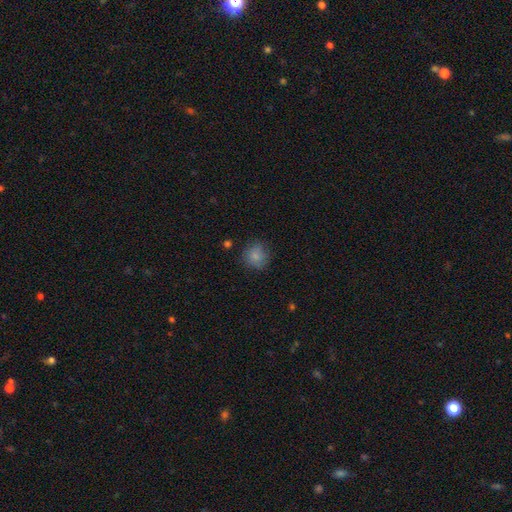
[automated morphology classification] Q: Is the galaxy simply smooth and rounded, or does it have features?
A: smooth — 84%.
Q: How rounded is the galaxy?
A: round — 87%.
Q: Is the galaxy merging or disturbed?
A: none — 78%.